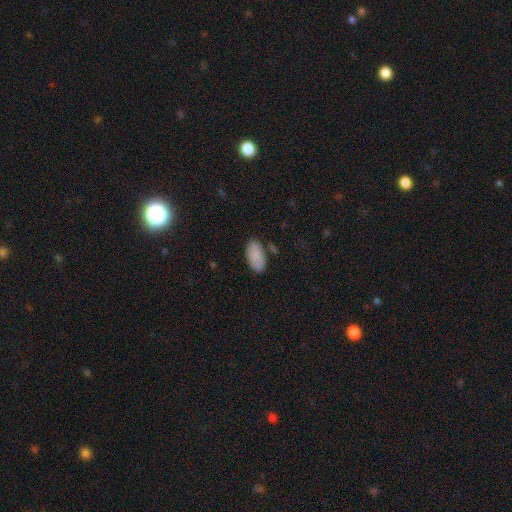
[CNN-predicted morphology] A smooth galaxy with no disk features (87%) that is in between round and cigar-shaped (95%).

Vote fractions:
- Smooth or featured? smooth: 87% / star or artifact: 6% / featured or disk: 6%
- How rounded? in between: 95% / round: 3% / cigar-shaped: 2%
- Merging? none: 79% / minor disturbance: 13% / merger: 4% / major disturbance: 3%